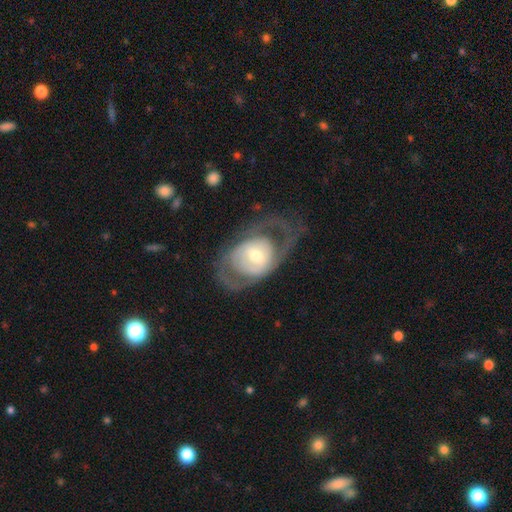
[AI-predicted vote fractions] Overall: featured or disk (73%). Edge-on disk: no (94%). Bar: no (57%; weak 32%). Spiral arms: yes (61%; no 39%). Bulge size: moderate (58%; small 30%). Merging: none (57%; major disturbance 24%).